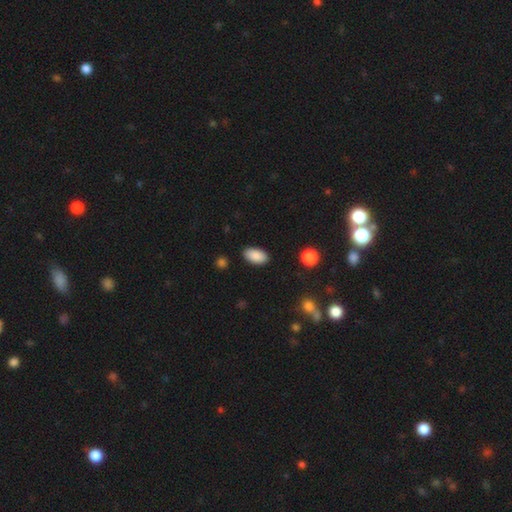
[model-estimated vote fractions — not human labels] Overall: smooth (89%). How rounded: in between (94%). Merging: none (88%).